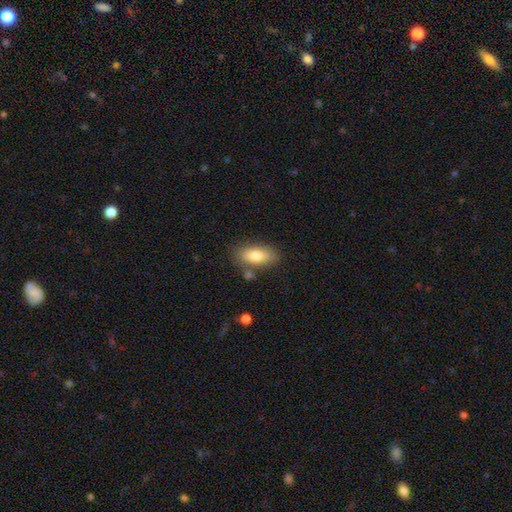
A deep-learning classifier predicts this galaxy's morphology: smooth 79%, featured or disk 14%, star or artifact 7%. Down the decision tree: how rounded — in between (86%); merging — none (75%).